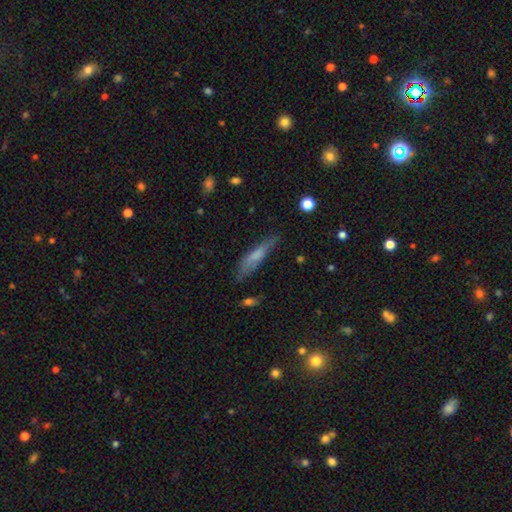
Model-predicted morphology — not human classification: This is likely a smooth galaxy (63%). How rounded: clearly cigar-shaped (81%). Merging: likely none (65%).